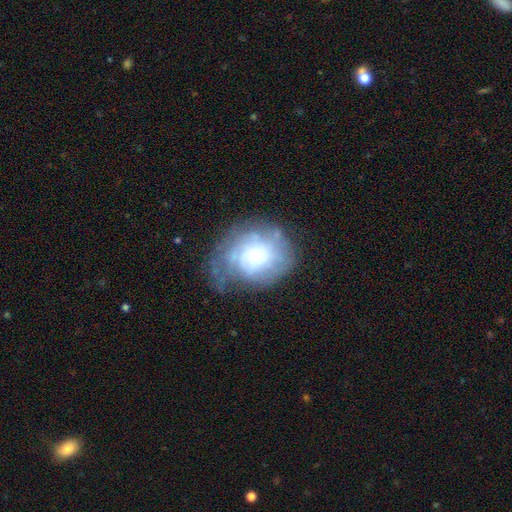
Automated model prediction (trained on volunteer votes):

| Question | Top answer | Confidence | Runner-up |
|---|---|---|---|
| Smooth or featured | featured or disk | 56% | smooth (34%) |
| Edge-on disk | no | 97% | yes (3%) |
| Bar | no | 82% | weak (15%) |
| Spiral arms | yes | 64% | no (36%) |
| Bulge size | moderate | 32% | small (30%) |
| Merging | none | 48% | minor disturbance (28%) |